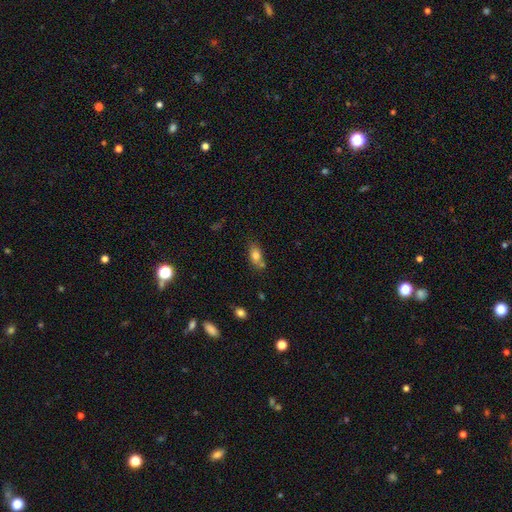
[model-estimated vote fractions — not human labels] smooth_or_featured: smooth (p=0.80) [alt: featured or disk p=0.11]
how_rounded: in between (p=0.83) [alt: round p=0.11]
merging: none (p=0.62) [alt: minor disturbance p=0.18]